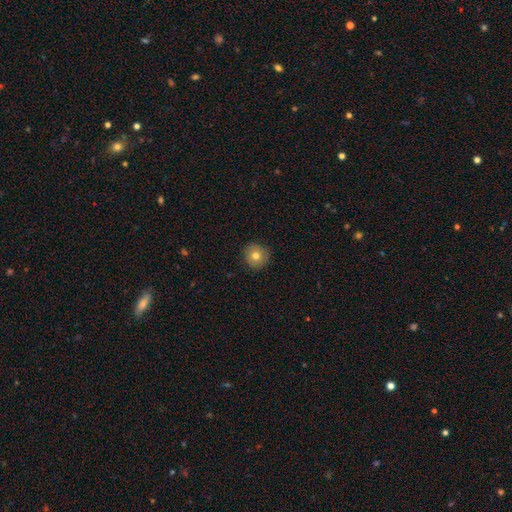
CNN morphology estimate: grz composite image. It shows a smooth galaxy with no disk features (75%) that is round (93%). Merging: none (89%).